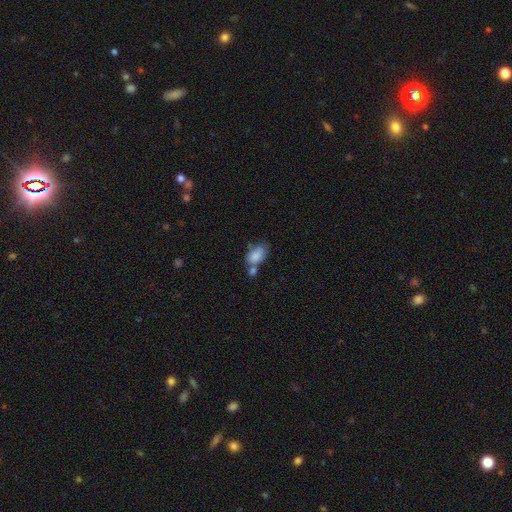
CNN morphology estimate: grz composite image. It shows a smooth galaxy with no disk features (82%) that is in between round and cigar-shaped (87%). Merging: none (37%).